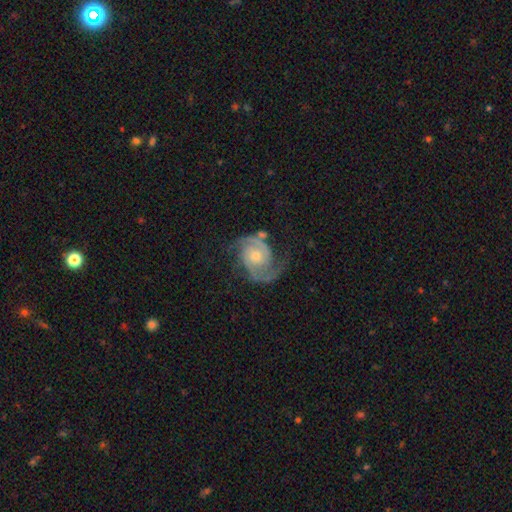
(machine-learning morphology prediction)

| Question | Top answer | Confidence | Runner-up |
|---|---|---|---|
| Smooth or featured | featured or disk | 90% | star or artifact (5%) |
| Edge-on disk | no | 98% | yes (2%) |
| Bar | no | 69% | weak (25%) |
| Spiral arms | yes | 98% | no (2%) |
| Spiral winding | medium | 49% | tight (37%) |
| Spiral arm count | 2 | 89% | 3 (3%) |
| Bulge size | moderate | 54% | small (40%) |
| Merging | none | 70% | minor disturbance (18%) |